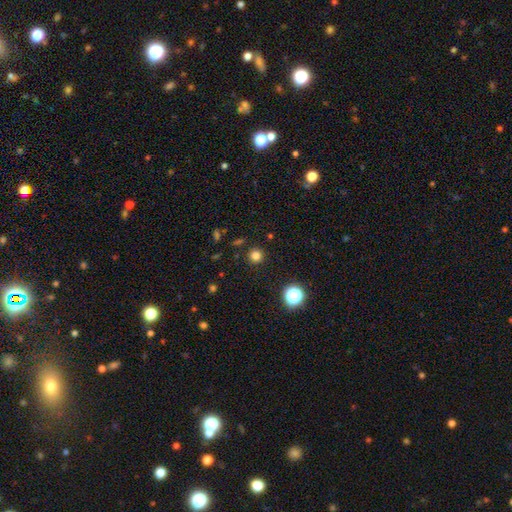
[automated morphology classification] Smooth or featured? Predicted: smooth (p=0.79). How rounded? Predicted: round (p=0.95). Merging? Predicted: none (p=0.91).